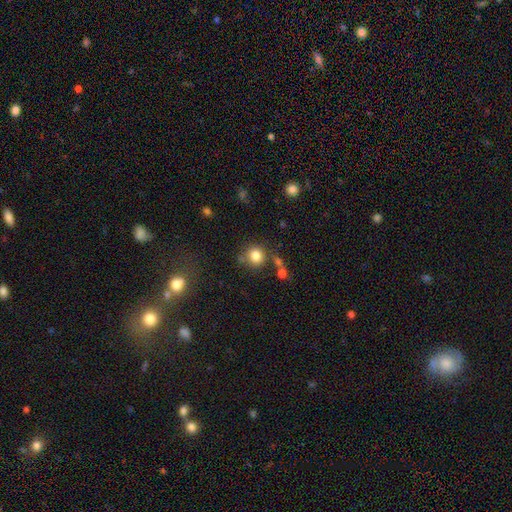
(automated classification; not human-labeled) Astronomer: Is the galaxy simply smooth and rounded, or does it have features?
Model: smooth — 82%.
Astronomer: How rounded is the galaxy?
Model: round — 90%.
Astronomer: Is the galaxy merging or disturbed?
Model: none — 74%.